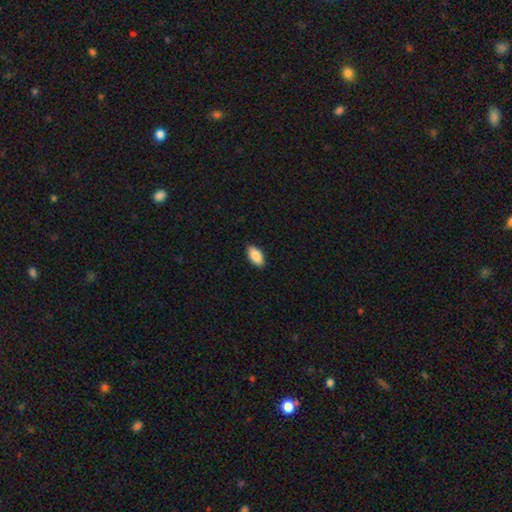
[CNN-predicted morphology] smooth 89%, star or artifact 6%, featured or disk 5%. Down the decision tree: how rounded — in between (93%); merging — none (88%).